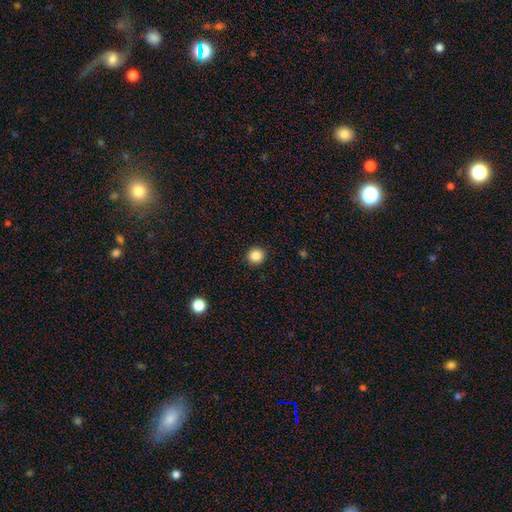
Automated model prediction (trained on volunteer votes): A smooth galaxy with no disk features (86%) that is round (93%).

Vote fractions:
- Smooth or featured? smooth: 86% / star or artifact: 11% / featured or disk: 4%
- How rounded? round: 93% / in between: 6% / cigar-shaped: 1%
- Merging? none: 92% / minor disturbance: 5% / major disturbance: 2% / merger: 1%